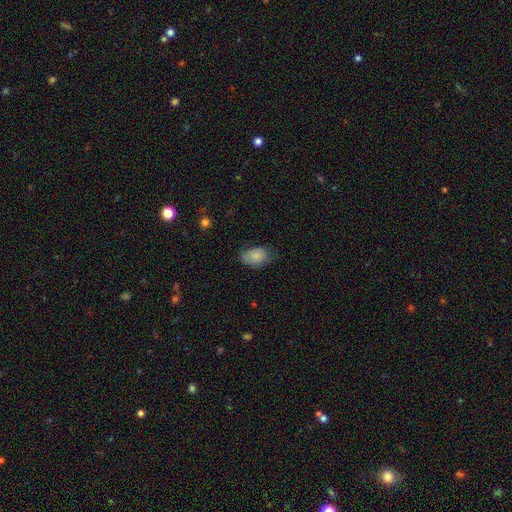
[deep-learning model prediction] Smooth or featured? Predicted: smooth (p=0.82). How rounded? Predicted: in between (p=0.88). Merging? Predicted: none (p=0.62).